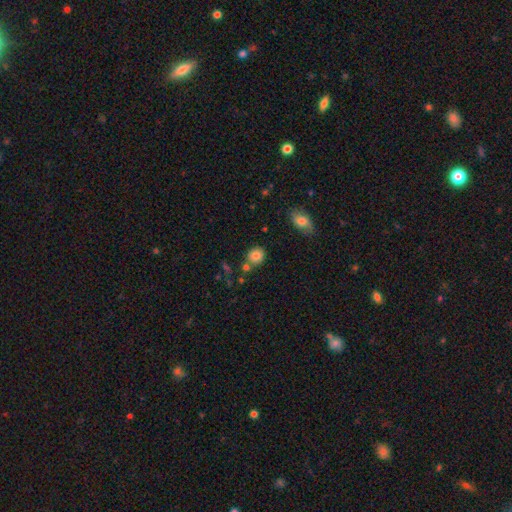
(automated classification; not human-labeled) Smooth or featured? smooth (83%)
How rounded? round (75%)
Merging? none (71%)